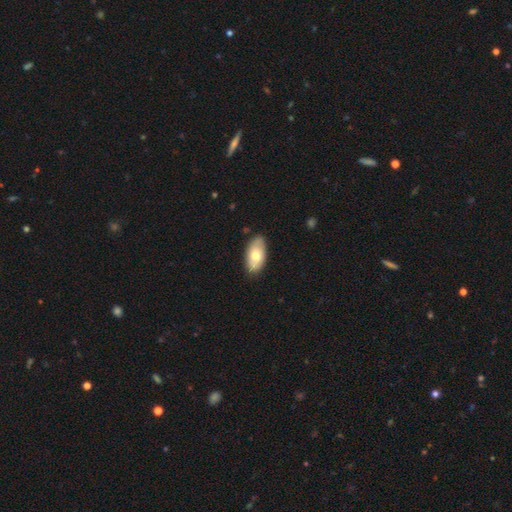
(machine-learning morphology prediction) smooth-or-featured: smooth: 70% | featured or disk: 24% | star or artifact: 6%
  how-rounded: in between: 93% | cigar-shaped: 3% | round: 3%
  merging: none: 83% | minor disturbance: 14% | major disturbance: 2% | merger: 1%